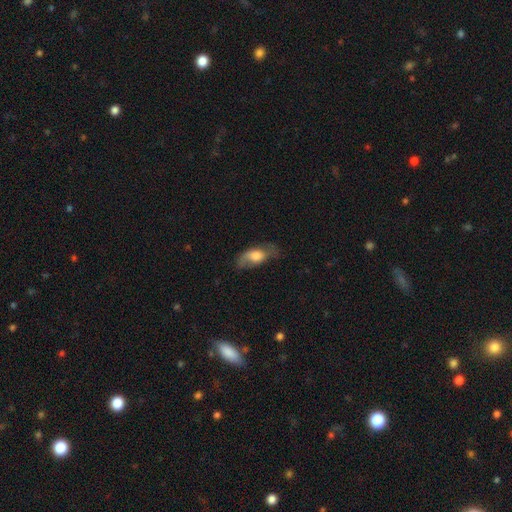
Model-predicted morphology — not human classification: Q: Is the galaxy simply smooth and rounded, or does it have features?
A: smooth — 50%.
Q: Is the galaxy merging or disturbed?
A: none — 55%.